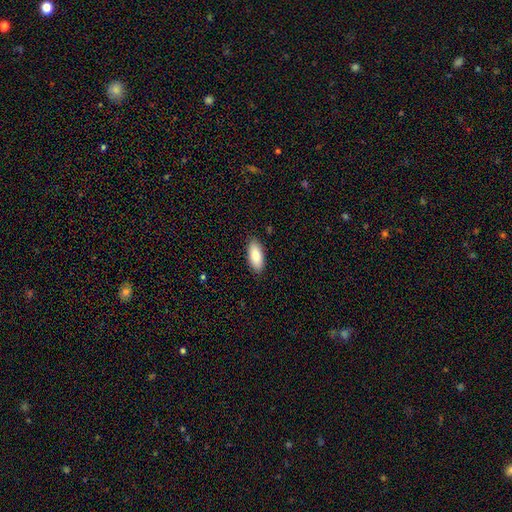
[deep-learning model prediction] A smooth galaxy with no disk features (86%) that is in between round and cigar-shaped (84%).

Vote fractions:
- Smooth or featured? smooth: 86% / featured or disk: 8% / star or artifact: 6%
- How rounded? in between: 84% / cigar-shaped: 14% / round: 2%
- Merging? none: 88% / minor disturbance: 9% / major disturbance: 2% / merger: 1%